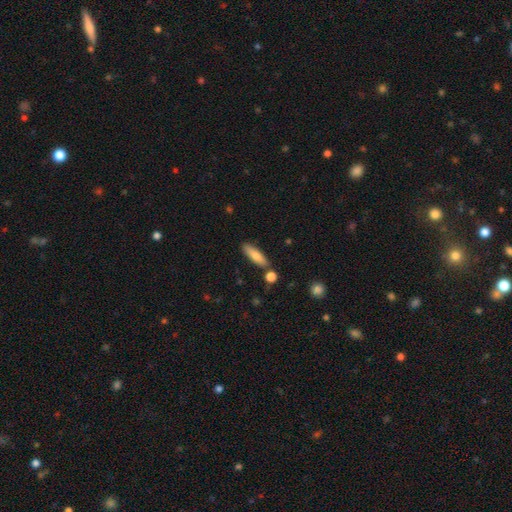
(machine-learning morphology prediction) Smooth or featured: smooth — 78% (featured or disk — 16%)
How rounded: cigar-shaped — 63% (in between — 35%)
Merging: none — 80% (minor disturbance — 11%)